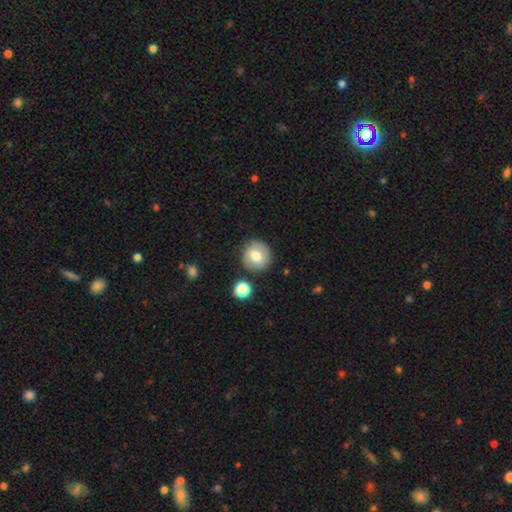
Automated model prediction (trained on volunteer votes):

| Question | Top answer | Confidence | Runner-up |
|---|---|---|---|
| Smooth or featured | smooth | 71% | featured or disk (21%) |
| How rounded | round | 92% | in between (7%) |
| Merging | none | 84% | minor disturbance (9%) |